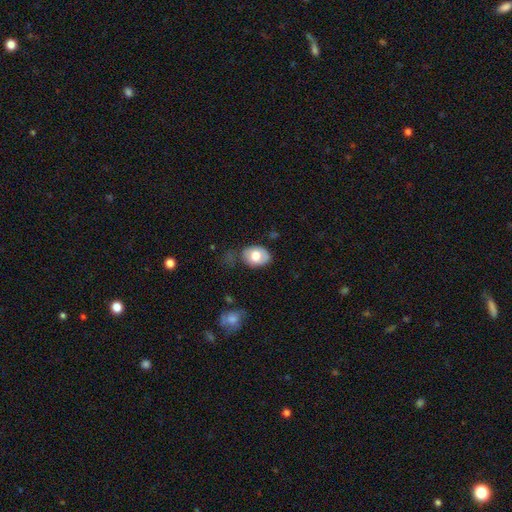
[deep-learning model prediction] Morphology: type=smooth (69%); roundness=in between (75%); merging=none (69%).